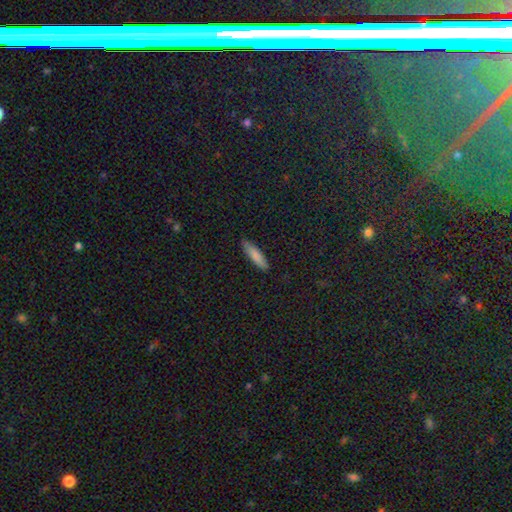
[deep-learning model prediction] Morphology: type=smooth (83%); roundness=cigar-shaped (72%); merging=none (87%).